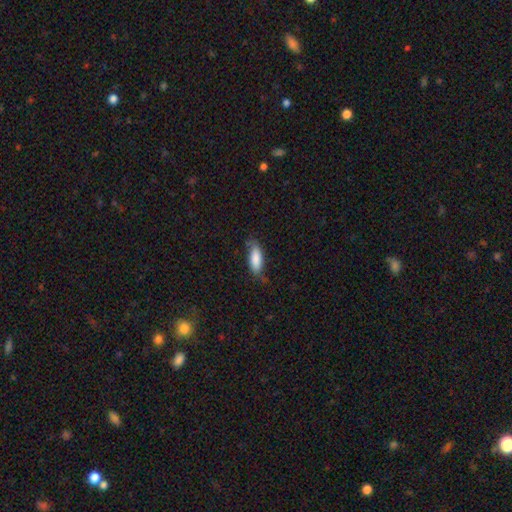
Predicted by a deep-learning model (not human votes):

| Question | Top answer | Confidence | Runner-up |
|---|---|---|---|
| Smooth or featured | smooth | 81% | featured or disk (12%) |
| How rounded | in between | 67% | cigar-shaped (31%) |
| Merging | none | 63% | minor disturbance (28%) |